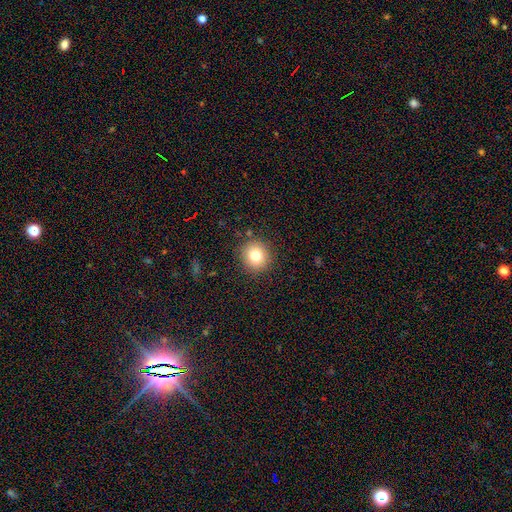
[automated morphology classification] smooth 79%, star or artifact 12%, featured or disk 10%. Down the decision tree: how rounded — round (90%); merging — none (88%).